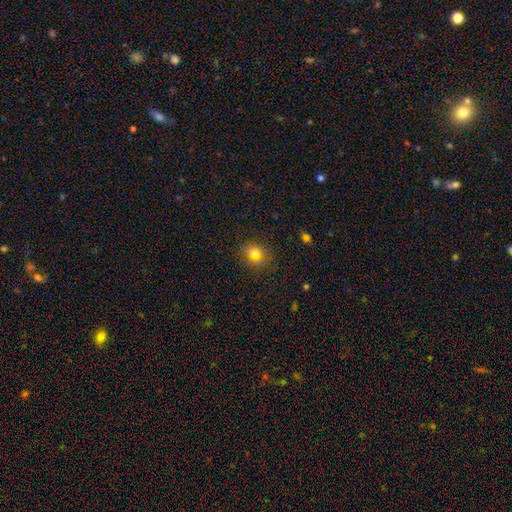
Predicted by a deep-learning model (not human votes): Smooth or featured: smooth — 67% (star or artifact — 22%)
How rounded: round — 62% (in between — 36%)
Merging: none — 82% (minor disturbance — 11%)